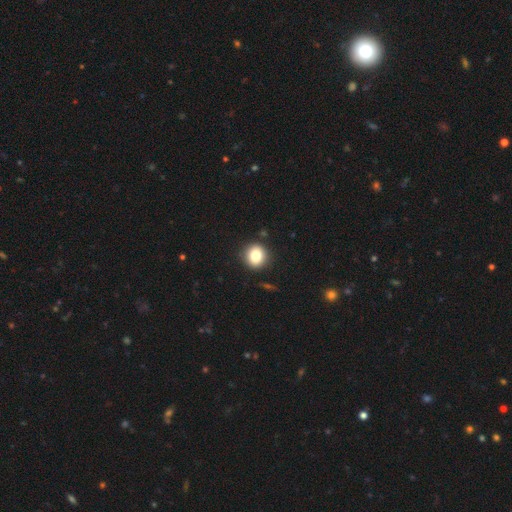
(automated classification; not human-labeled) smooth-or-featured: smooth: 81% | star or artifact: 10% | featured or disk: 8%
  how-rounded: round: 87% | in between: 12% | cigar-shaped: 1%
  merging: none: 89% | minor disturbance: 7% | major disturbance: 2% | merger: 2%